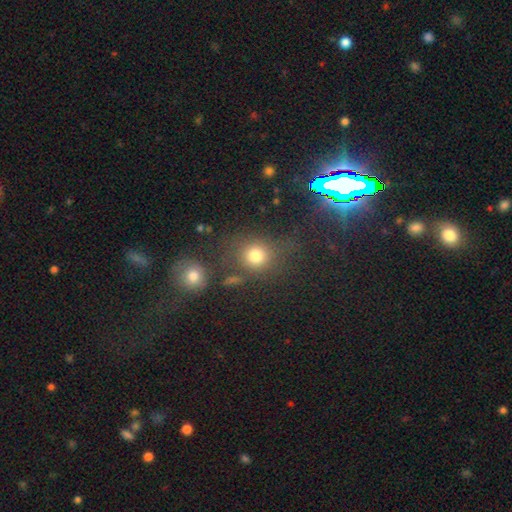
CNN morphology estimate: This appears to be a smooth galaxy with no disk features (75%) that is round (79%). Merging: none (66%).